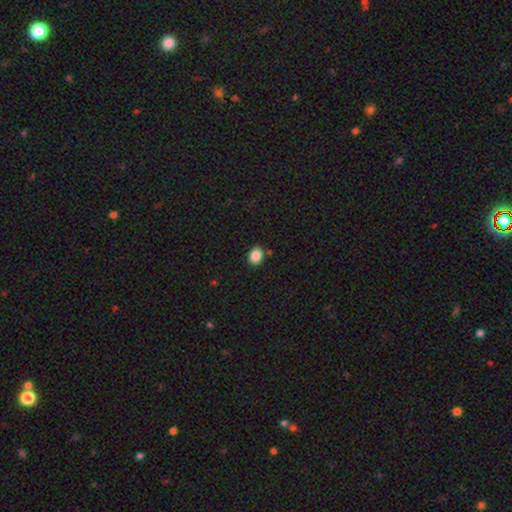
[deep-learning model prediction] Smooth or featured? Predicted: smooth (p=0.87). How rounded? Predicted: round (p=0.51). Merging? Predicted: none (p=0.83).